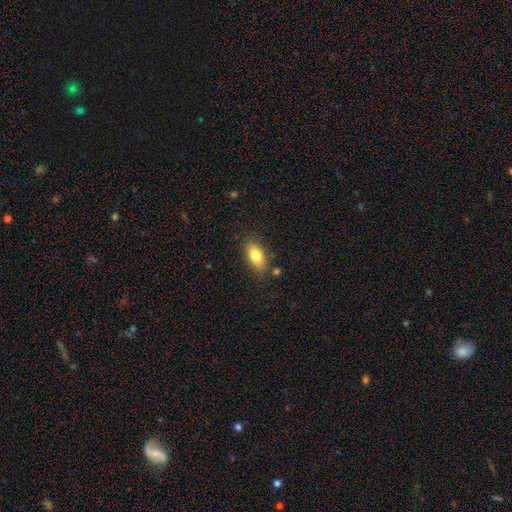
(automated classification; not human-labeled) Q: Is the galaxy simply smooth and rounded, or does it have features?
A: smooth — 79%.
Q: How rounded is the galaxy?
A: in between — 86%.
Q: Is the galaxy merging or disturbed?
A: none — 80%.